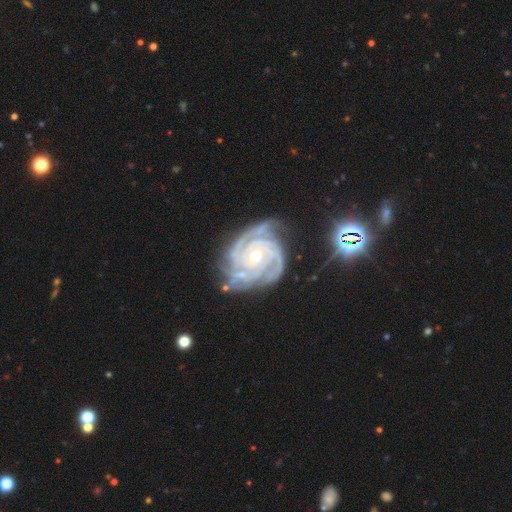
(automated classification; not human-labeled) Morphology: type=featured or disk (92%); edge-on=no (98%); bar=no (70%); spiral arms=yes (99%); winding=tight (78%); arm count=3 (34%); bulge=small (55%); merging=none (63%).